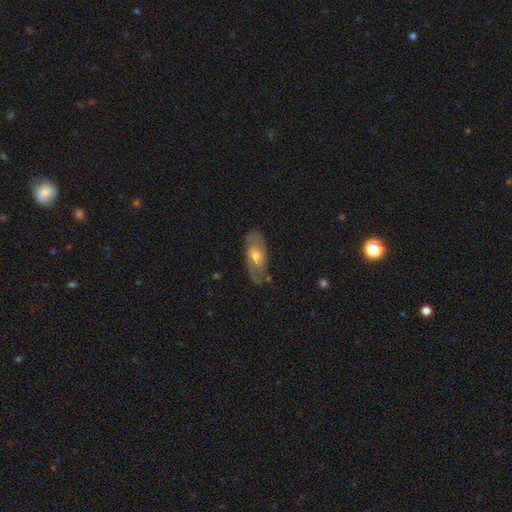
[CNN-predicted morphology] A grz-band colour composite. It shows a featured or disk galaxy (60%) with no bar (67%), spiral arms (69%) and a moderate central bulge (66%). Merging: none (71%).